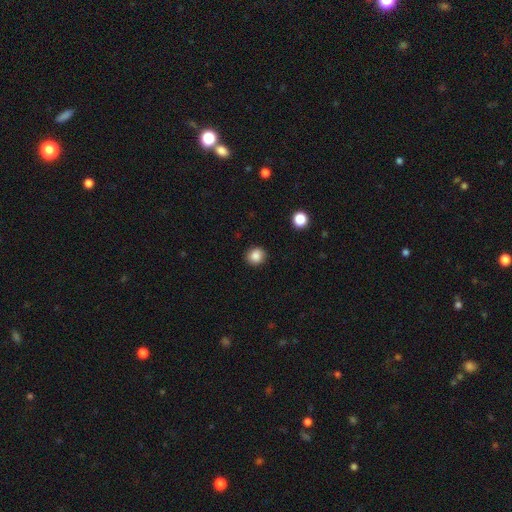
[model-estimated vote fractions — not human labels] Smooth or featured? Predicted: smooth (p=0.86). How rounded? Predicted: round (p=0.86). Merging? Predicted: none (p=0.89).